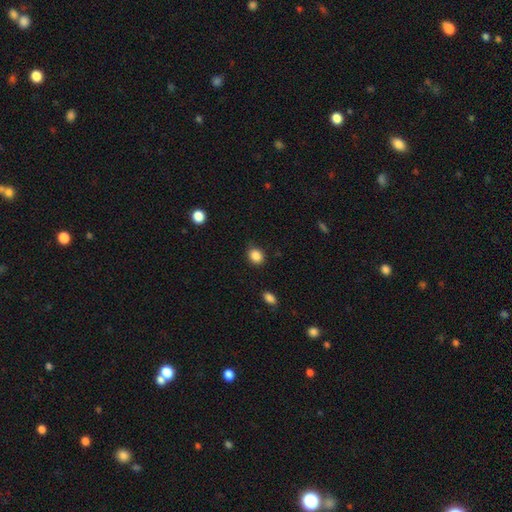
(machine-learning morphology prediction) type=smooth (87%); roundness=round (61%); merging=none (80%).